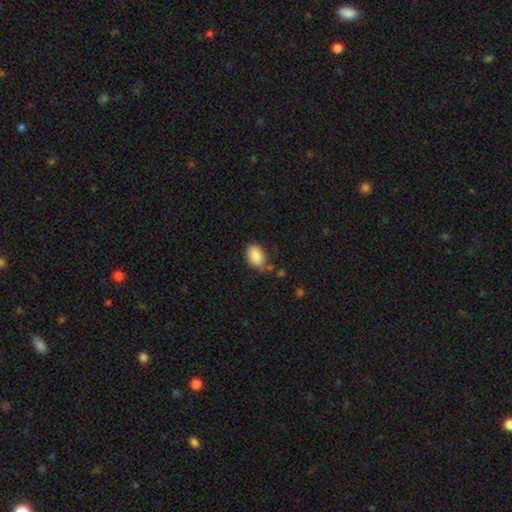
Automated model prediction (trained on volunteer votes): smooth 87%, star or artifact 7%, featured or disk 5%. Down the decision tree: how rounded — in between (86%); merging — none (64%).